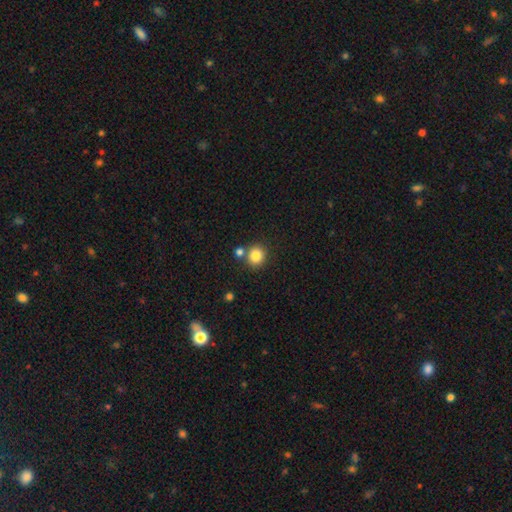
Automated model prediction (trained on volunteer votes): smooth_or_featured: smooth (p=0.84) [alt: star or artifact p=0.11]
how_rounded: round (p=0.88) [alt: in between p=0.11]
merging: none (p=0.74) [alt: merger p=0.16]